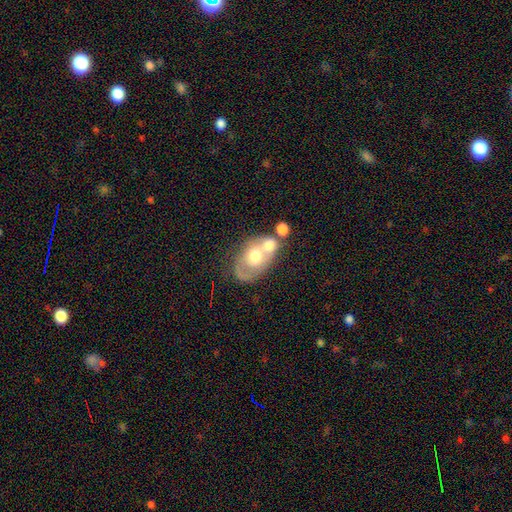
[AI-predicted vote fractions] Smooth or featured? Predicted: featured or disk (p=0.48). Merging? Predicted: merger (p=0.50).